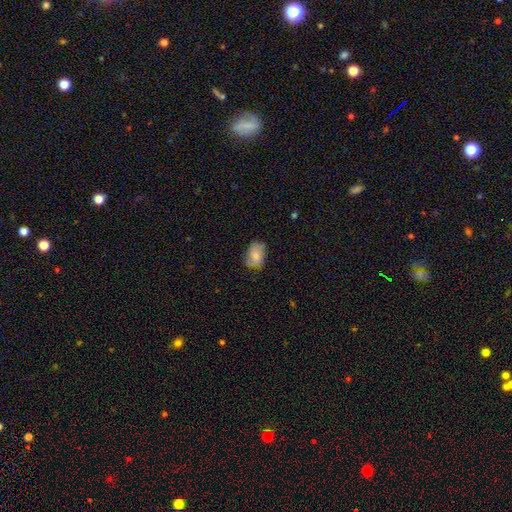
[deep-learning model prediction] Morphology: type=smooth (72%); roundness=in between (81%); merging=none (64%).